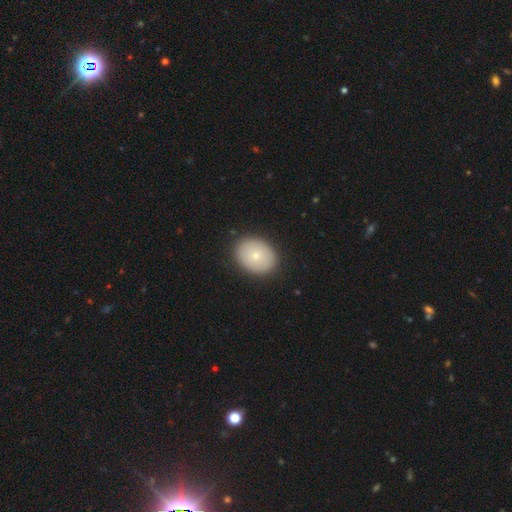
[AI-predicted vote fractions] Smooth or featured?
  - smooth: 74% *
  - featured or disk: 19%
  - star or artifact: 7%
How rounded?
  - in between: 59% *
  - round: 40%
  - cigar-shaped: 1%
Merging?
  - none: 88% *
  - minor disturbance: 8%
  - major disturbance: 2%
  - merger: 1%